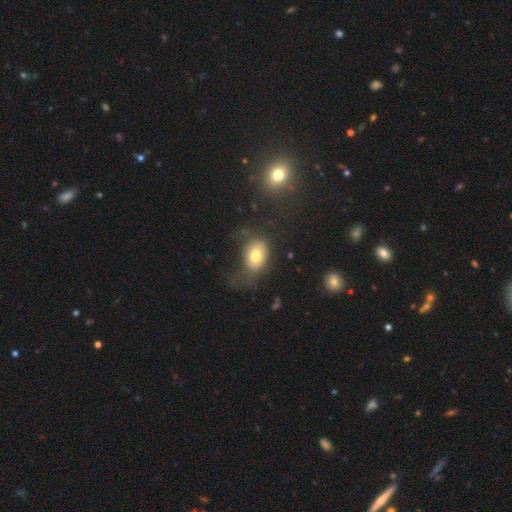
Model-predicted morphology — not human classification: Smooth or featured: smooth — 72% (featured or disk — 18%)
How rounded: in between — 75% (round — 23%)
Merging: none — 38% (major disturbance — 34%)